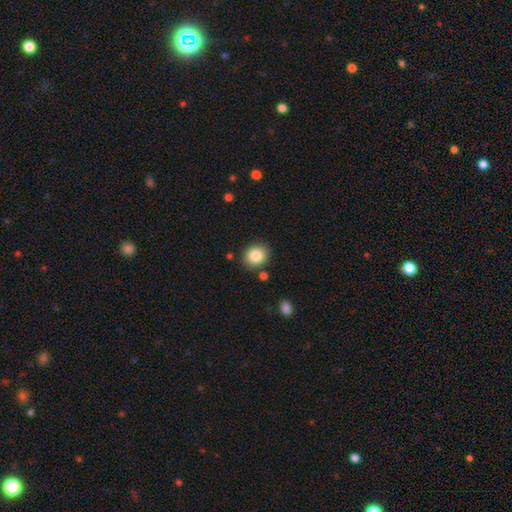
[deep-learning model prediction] The model was most divided on "how rounded": round: 70%, in between: 29%, cigar-shaped: 1%. More confident: merging — none (86%); smooth or featured — smooth (84%).